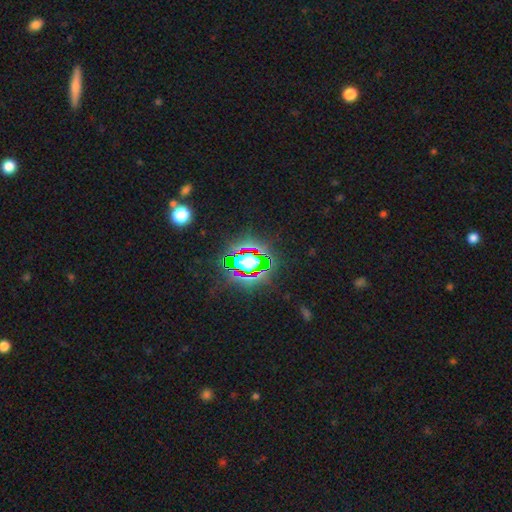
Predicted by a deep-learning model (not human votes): Smooth or featured? Predicted: star or artifact (p=0.70).